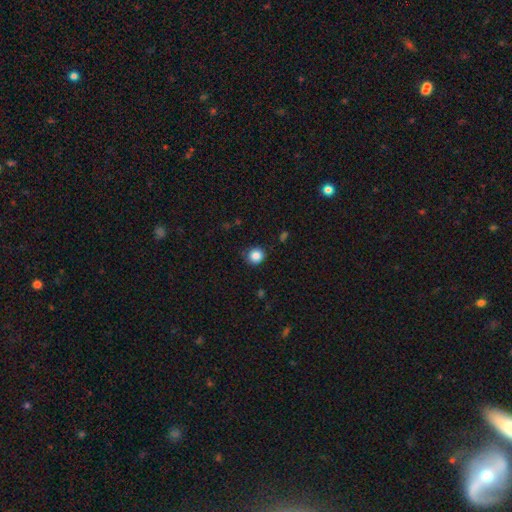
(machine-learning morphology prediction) type=smooth (85%); roundness=round (92%); merging=none (86%).